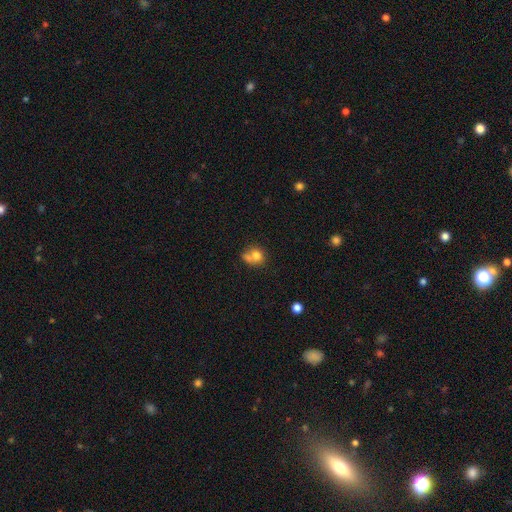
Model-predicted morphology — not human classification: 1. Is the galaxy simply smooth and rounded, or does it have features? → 75% smooth, 14% featured or disk, 11% star or artifact.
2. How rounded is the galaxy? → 68% round, 31% in between, 1% cigar-shaped.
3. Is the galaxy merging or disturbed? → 38% merger, 37% none, 16% minor disturbance, 9% major disturbance.